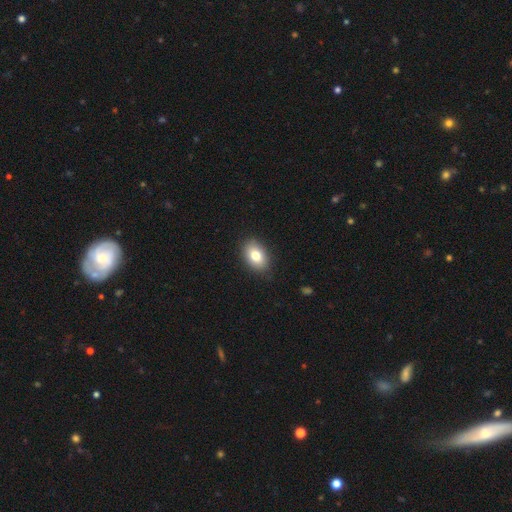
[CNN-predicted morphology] Q: Smooth or featured?
A: smooth (80%); runner-up: featured or disk (12%)
Q: How rounded?
A: in between (84%); runner-up: round (14%)
Q: Merging?
A: none (87%); runner-up: minor disturbance (10%)